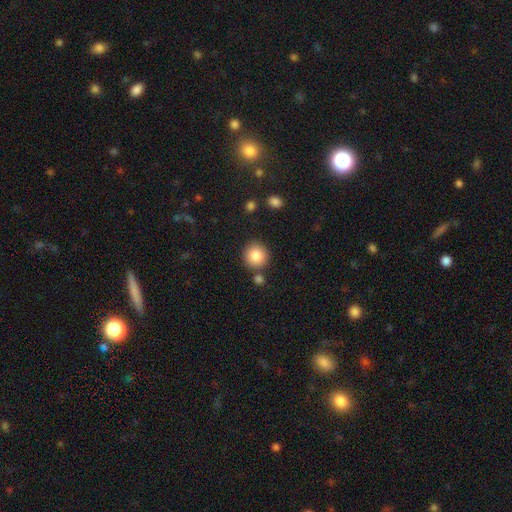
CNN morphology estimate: Smooth or featured?
  - smooth: 85% *
  - star or artifact: 9%
  - featured or disk: 6%
How rounded?
  - round: 93% *
  - in between: 6%
  - cigar-shaped: 1%
Merging?
  - none: 81% *
  - merger: 8%
  - minor disturbance: 8%
  - major disturbance: 3%